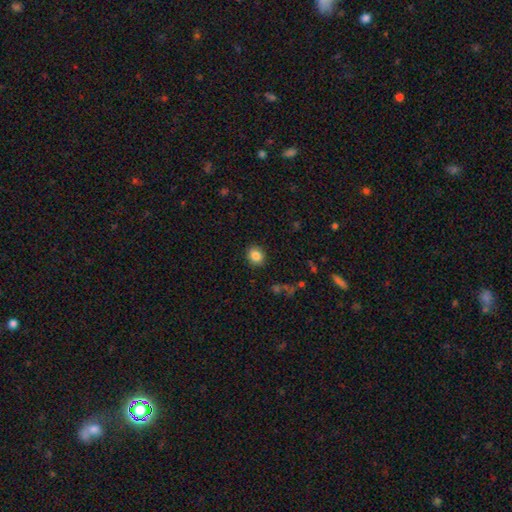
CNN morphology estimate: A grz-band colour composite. It shows a smooth galaxy with no disk features (84%) that is round (72%). Merging: none (90%).